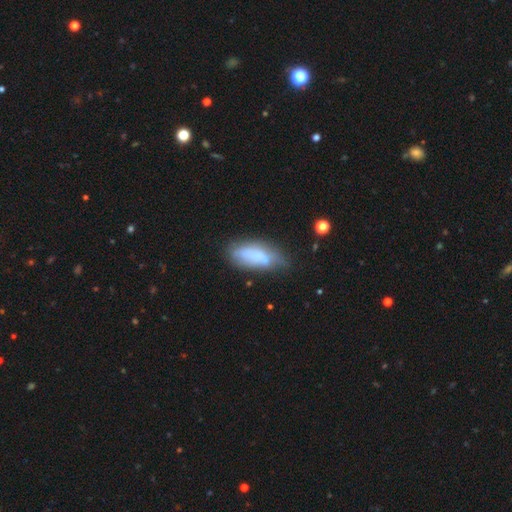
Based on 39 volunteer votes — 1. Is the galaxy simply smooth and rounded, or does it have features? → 77% smooth, 21% featured or disk, 3% star or artifact.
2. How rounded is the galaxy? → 87% in between, 10% cigar-shaped, 3% round.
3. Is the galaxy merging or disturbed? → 42% none, 29% minor disturbance, 26% major disturbance, 3% merger.